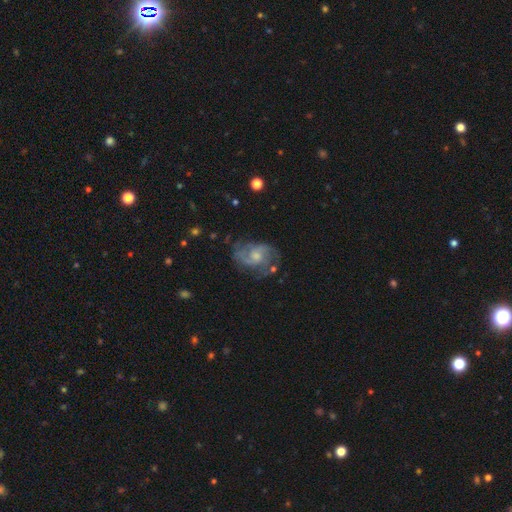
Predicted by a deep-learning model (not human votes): This appears to be a featured or disk galaxy (79%) with no bar (64%), 2 (58%) medium (50%) spiral arms (90%) and a moderate central bulge (49%). Merging: none (60%).